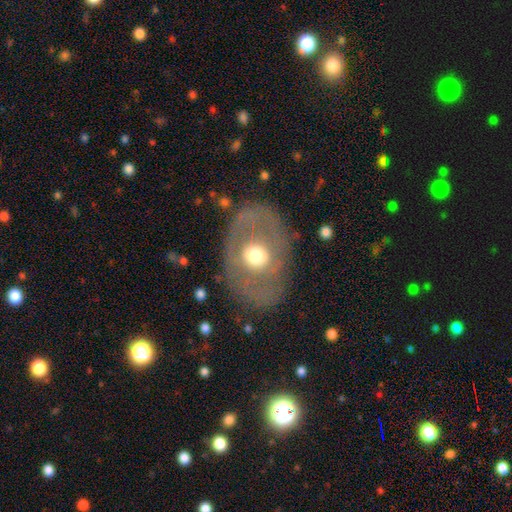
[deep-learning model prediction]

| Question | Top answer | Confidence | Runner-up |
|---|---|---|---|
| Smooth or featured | featured or disk | 53% | smooth (39%) |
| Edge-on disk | no | 91% | yes (9%) |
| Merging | none | 73% | minor disturbance (14%) |